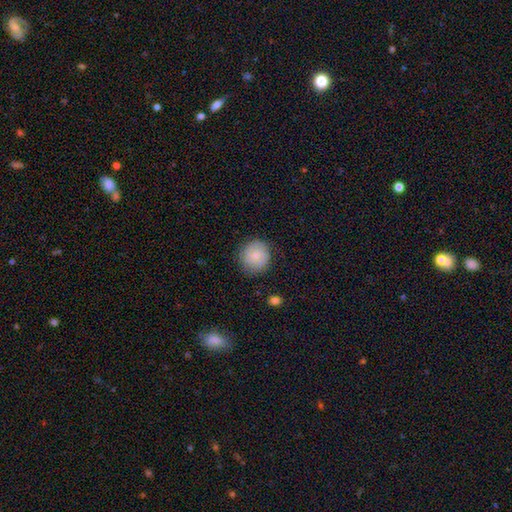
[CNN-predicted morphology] Smooth or featured?
  - smooth: 65% *
  - featured or disk: 28%
  - star or artifact: 7%
How rounded?
  - round: 92% *
  - in between: 7%
  - cigar-shaped: 1%
Merging?
  - none: 82% *
  - minor disturbance: 13%
  - major disturbance: 3%
  - merger: 1%